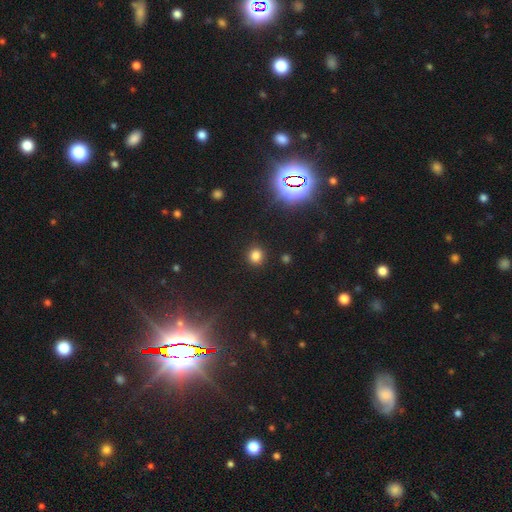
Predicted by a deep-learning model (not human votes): This is likely a smooth galaxy (77%). How rounded: clearly round (84%). Merging: clearly none (89%).